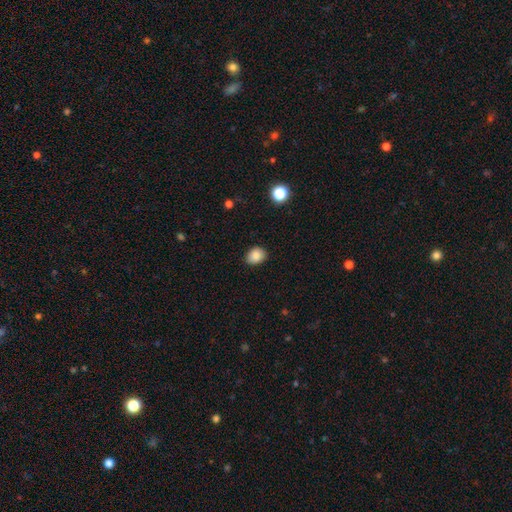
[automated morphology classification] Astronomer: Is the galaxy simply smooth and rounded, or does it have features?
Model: smooth — 87%.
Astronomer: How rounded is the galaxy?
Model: in between — 52% (runner-up: round, 47%).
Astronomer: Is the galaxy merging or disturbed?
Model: none — 85%.